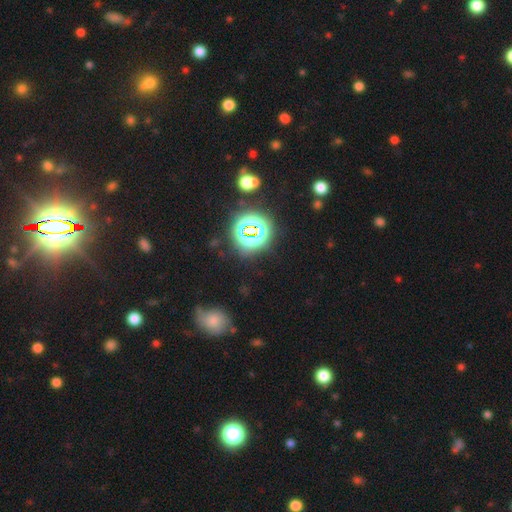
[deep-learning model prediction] Q: Smooth or featured?
A: star or artifact (76%); runner-up: smooth (16%)